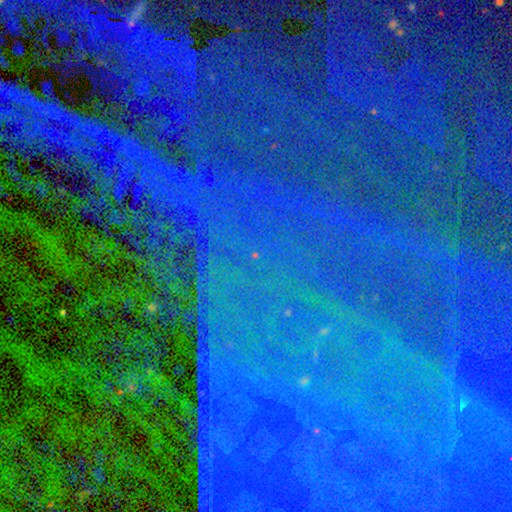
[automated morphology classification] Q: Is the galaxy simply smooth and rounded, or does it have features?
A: star or artifact — 85%.